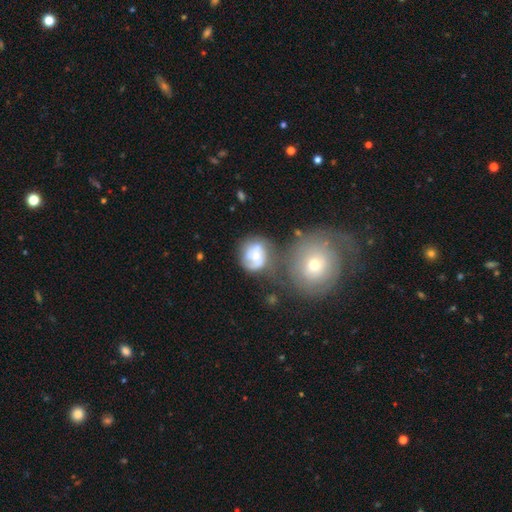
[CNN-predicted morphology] Smooth or featured: featured or disk — 54% (smooth — 37%)
Edge-on disk: no — 98% (yes — 2%)
Bar: no — 72% (weak — 23%)
Spiral arms: yes — 67% (no — 33%)
Bulge size: moderate — 44% (small — 43%)
Merging: none — 39% (merger — 24%)